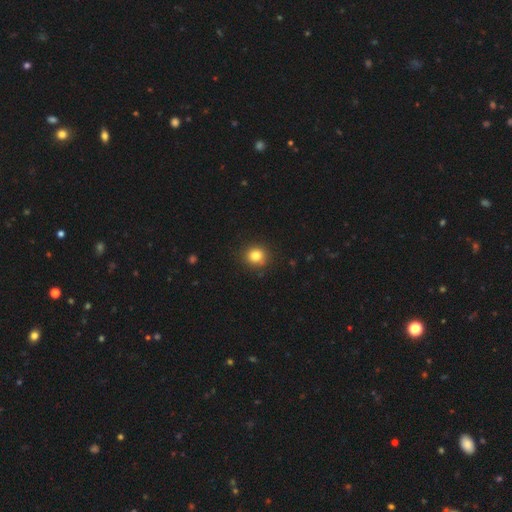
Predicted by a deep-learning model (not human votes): A smooth galaxy with no disk features (82%) that is round (87%). Merging: none (89%).